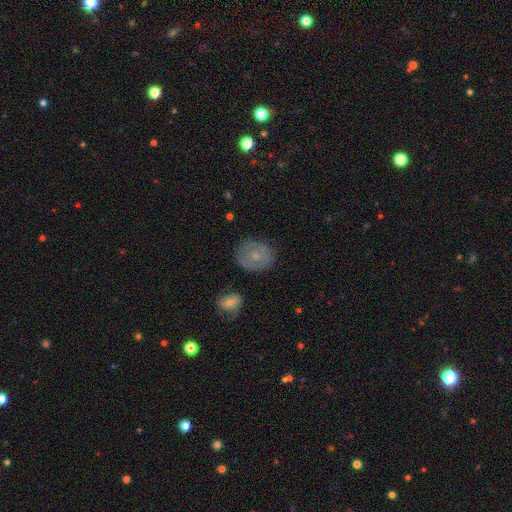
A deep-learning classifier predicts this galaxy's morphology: A smooth galaxy with no disk features (58%) that is round (70%).

Vote fractions:
- Smooth or featured? smooth: 58% / featured or disk: 33% / star or artifact: 9%
- How rounded? round: 70% / in between: 29% / cigar-shaped: 1%
- Merging? none: 79% / minor disturbance: 15% / major disturbance: 4% / merger: 2%